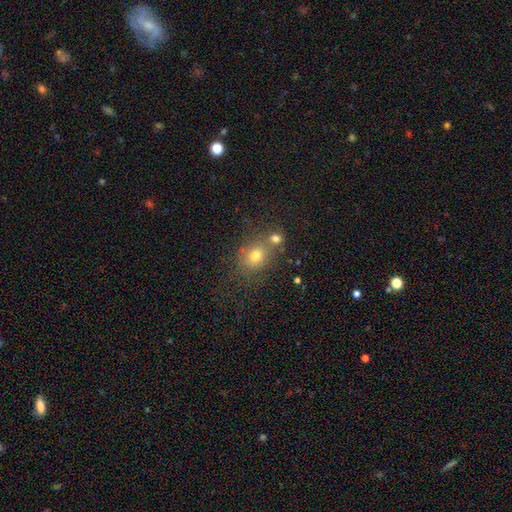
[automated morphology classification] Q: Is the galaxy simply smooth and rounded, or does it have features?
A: smooth — 73%.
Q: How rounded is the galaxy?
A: round — 62%.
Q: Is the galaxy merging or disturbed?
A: none — 57%.